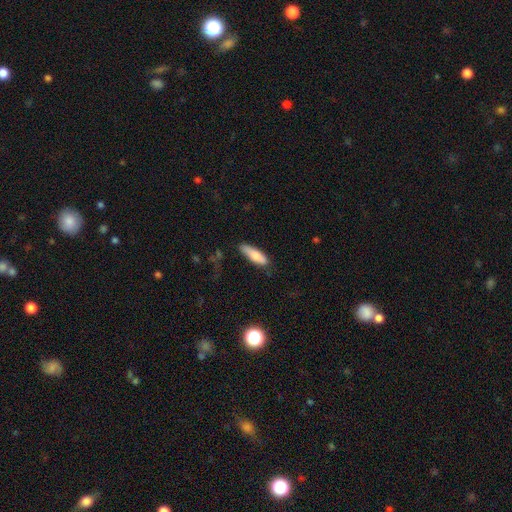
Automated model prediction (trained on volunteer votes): The model was most divided on "how rounded": cigar-shaped: 50%, in between: 48%, round: 2%. More confident: smooth or featured — smooth (79%); merging — none (70%).